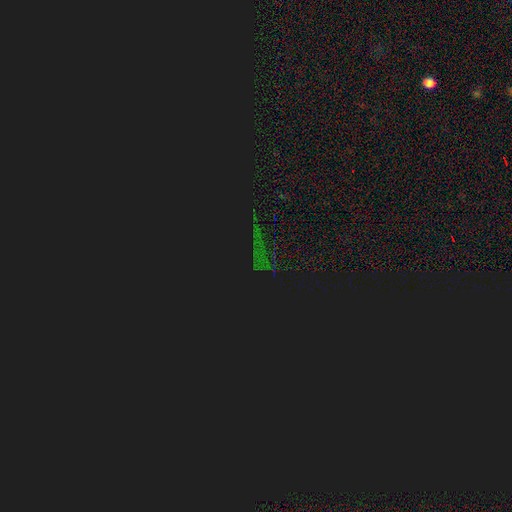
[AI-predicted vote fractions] Overall: star or artifact (84%).